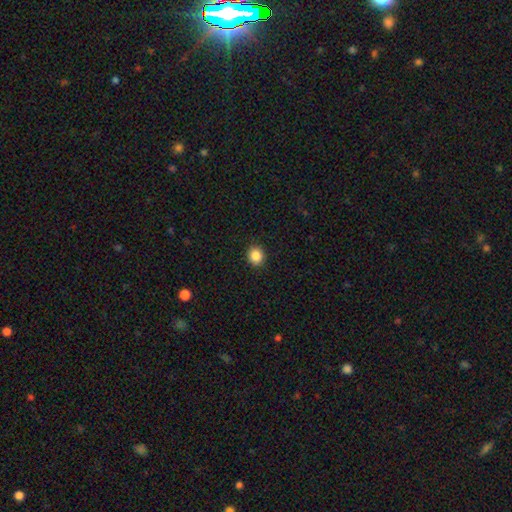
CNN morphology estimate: Smooth or featured? Predicted: smooth (p=0.87). How rounded? Predicted: round (p=0.78). Merging? Predicted: none (p=0.91).